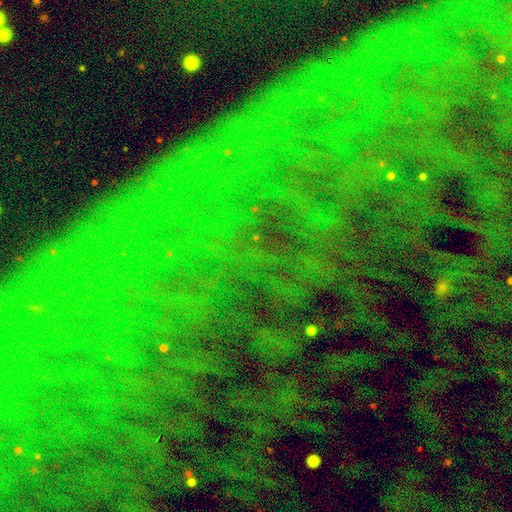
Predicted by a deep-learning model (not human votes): A star or artifact, not a galaxy (84%).

Vote fractions:
- Smooth or featured? star or artifact: 84% / featured or disk: 8% / smooth: 8%